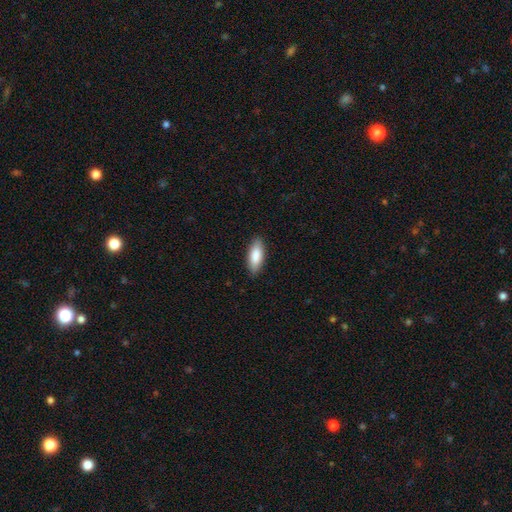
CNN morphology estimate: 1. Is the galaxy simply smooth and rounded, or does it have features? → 86% smooth, 9% featured or disk, 6% star or artifact.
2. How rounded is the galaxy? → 76% in between, 23% cigar-shaped, 2% round.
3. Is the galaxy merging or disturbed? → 88% none, 9% minor disturbance, 2% major disturbance, 1% merger.